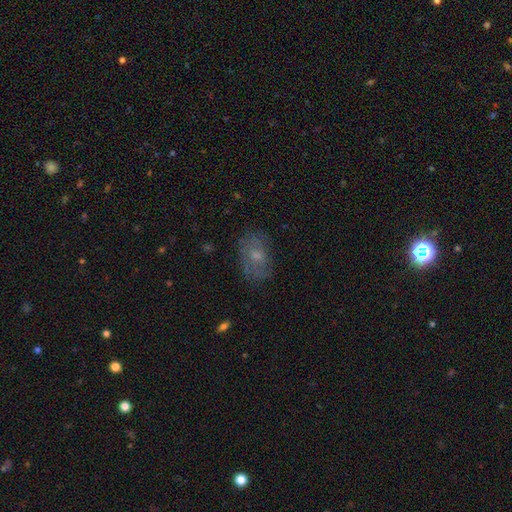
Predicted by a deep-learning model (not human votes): smooth_or_featured: smooth (p=0.50) [alt: featured or disk p=0.38]
merging: none (p=0.69) [alt: minor disturbance p=0.21]